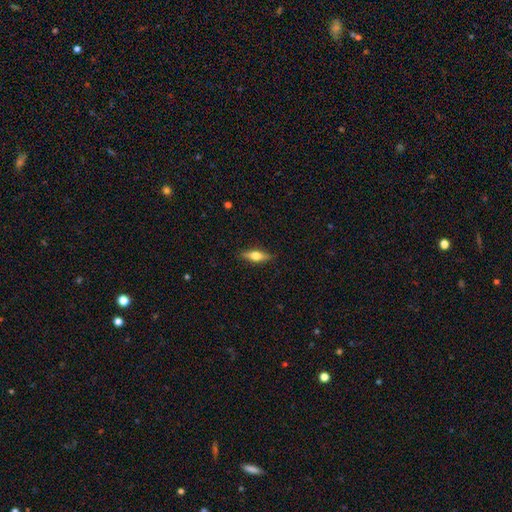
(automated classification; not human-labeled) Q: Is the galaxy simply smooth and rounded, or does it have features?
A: smooth — 48%.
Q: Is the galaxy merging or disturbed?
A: none — 87%.